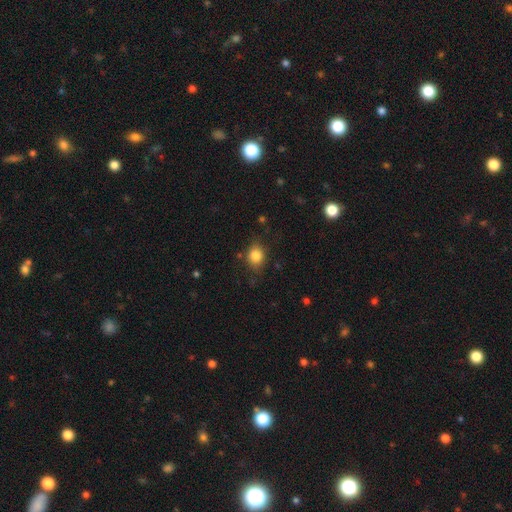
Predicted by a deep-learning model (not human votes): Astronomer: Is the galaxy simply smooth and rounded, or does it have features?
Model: smooth — 83%.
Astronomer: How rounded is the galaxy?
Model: round — 54% (runner-up: in between, 45%).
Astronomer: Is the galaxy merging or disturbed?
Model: none — 76%.